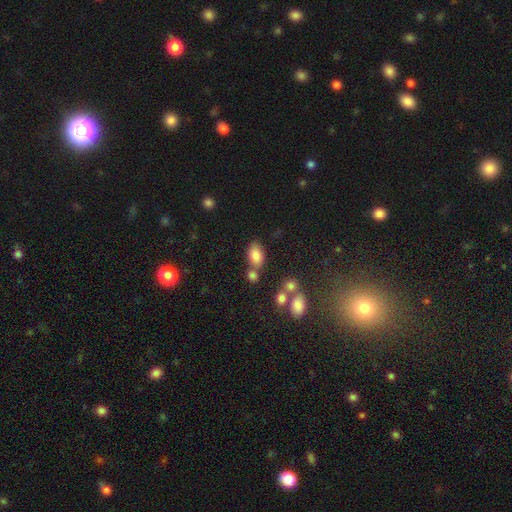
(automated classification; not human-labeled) smooth-or-featured: smooth: 79% | featured or disk: 11% | star or artifact: 10%
  how-rounded: in between: 86% | round: 12% | cigar-shaped: 2%
  merging: none: 62% | merger: 20% | minor disturbance: 14% | major disturbance: 5%